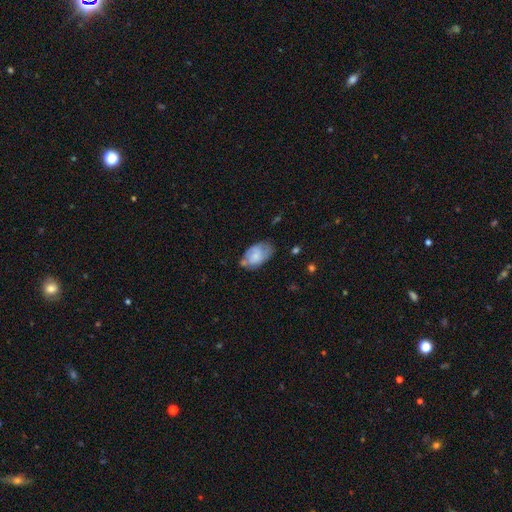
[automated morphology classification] Smooth or featured? smooth (58%)
How rounded? in between (91%)
Merging? none (50%)